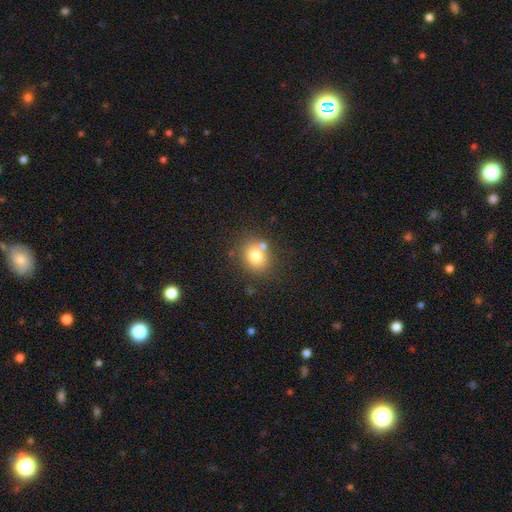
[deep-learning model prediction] Smooth or featured?
  - smooth: 77% *
  - featured or disk: 12%
  - star or artifact: 11%
How rounded?
  - round: 64% *
  - in between: 35%
  - cigar-shaped: 1%
Merging?
  - none: 69% *
  - merger: 15%
  - minor disturbance: 12%
  - major disturbance: 4%